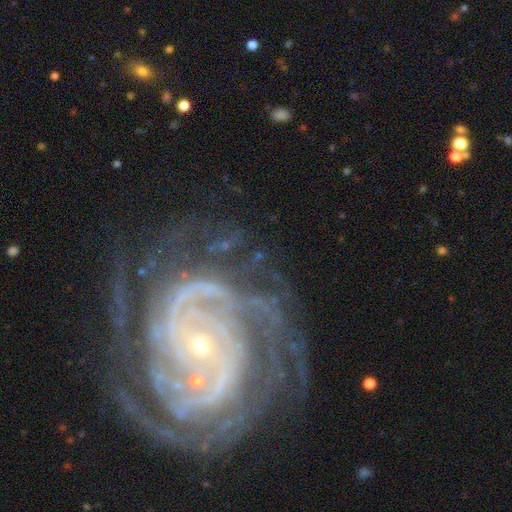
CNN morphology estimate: Smooth or featured: featured or disk — 91% (star or artifact — 6%)
Edge-on disk: no — 97% (yes — 3%)
Bar: no — 63% (weak — 22%)
Spiral arms: yes — 98% (no — 2%)
Spiral winding: tight — 73% (medium — 23%)
Spiral arm count: 2 — 25% (can't tell — 19%)
Bulge size: small — 83% (moderate — 13%)
Merging: none — 68% (minor disturbance — 17%)